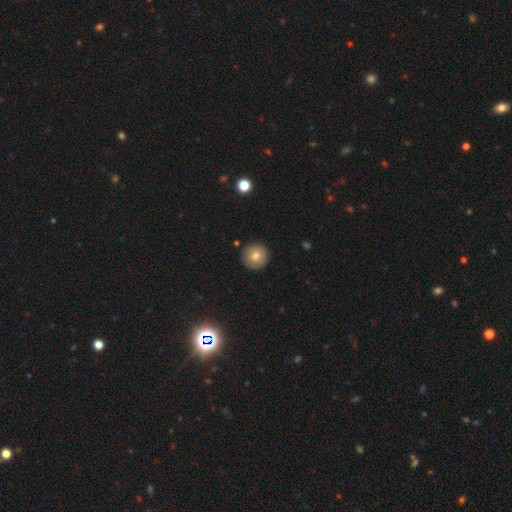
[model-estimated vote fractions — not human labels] smooth 77%, featured or disk 13%, star or artifact 10%. Down the decision tree: how rounded — round (96%); merging — none (91%).